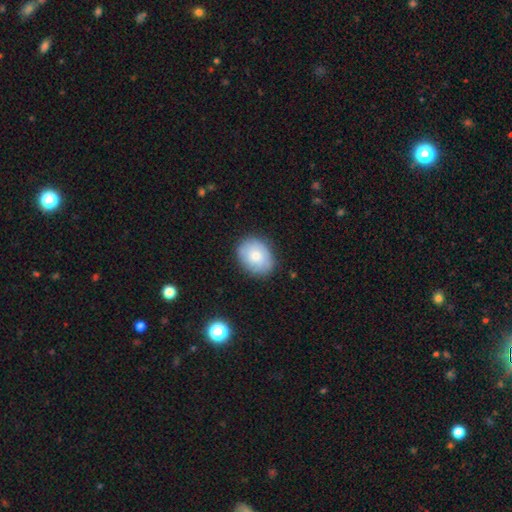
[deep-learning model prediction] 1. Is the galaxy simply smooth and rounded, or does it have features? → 67% smooth, 26% featured or disk, 7% star or artifact.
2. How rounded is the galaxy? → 54% in between, 45% round, 1% cigar-shaped.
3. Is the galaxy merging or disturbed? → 81% none, 14% minor disturbance, 3% major disturbance, 1% merger.